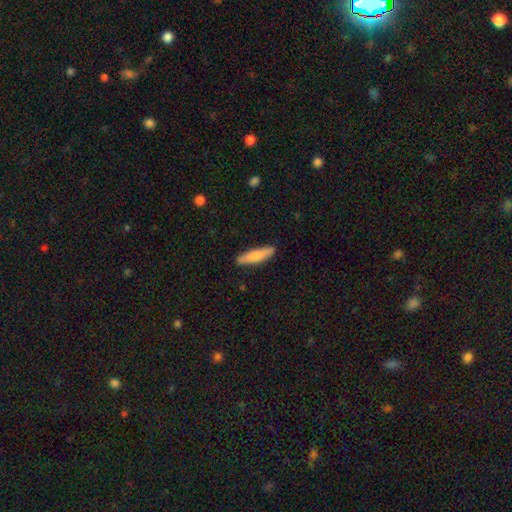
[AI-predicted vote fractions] Smooth or featured? smooth (77%)
How rounded? cigar-shaped (80%)
Merging? none (89%)